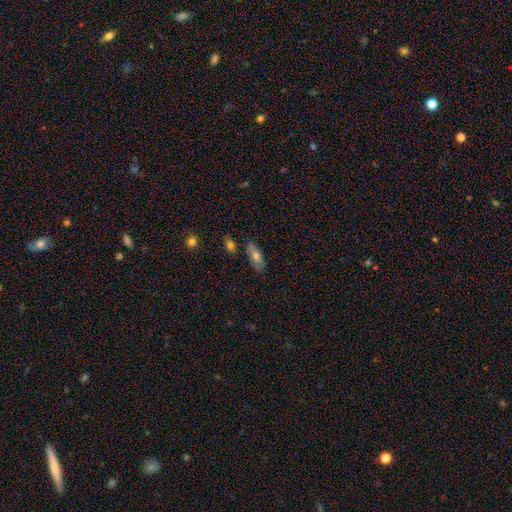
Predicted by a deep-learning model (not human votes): Smooth or featured?
  - smooth: 62% *
  - featured or disk: 29%
  - star or artifact: 9%
How rounded?
  - in between: 77% *
  - cigar-shaped: 20%
  - round: 4%
Merging?
  - none: 78% *
  - minor disturbance: 14%
  - merger: 5%
  - major disturbance: 3%